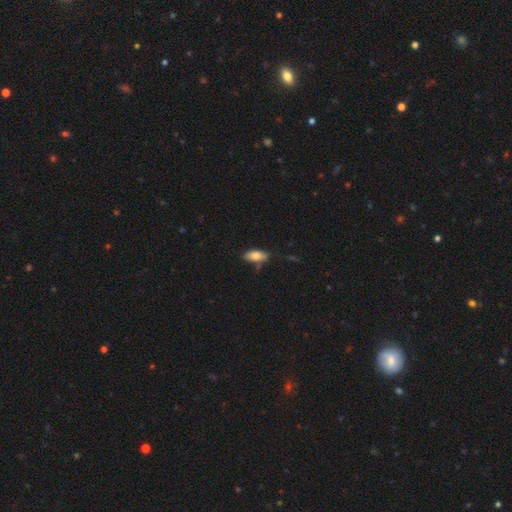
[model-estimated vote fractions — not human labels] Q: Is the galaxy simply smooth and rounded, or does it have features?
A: smooth — 80%.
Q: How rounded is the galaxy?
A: in between — 86%.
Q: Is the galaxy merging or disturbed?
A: none — 70%.